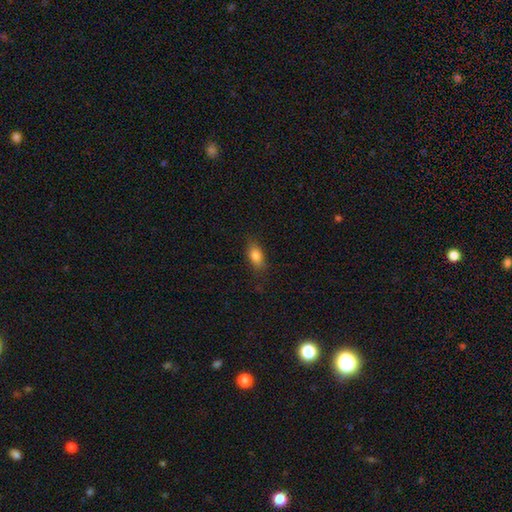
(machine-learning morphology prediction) This appears to be a smooth galaxy with no disk features (81%) that is in between round and cigar-shaped (82%). Merging: none (79%).